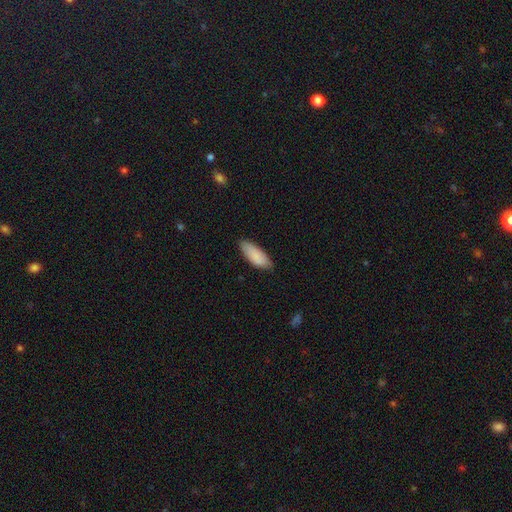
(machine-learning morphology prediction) type=smooth (87%); roundness=in between (75%); merging=none (78%).